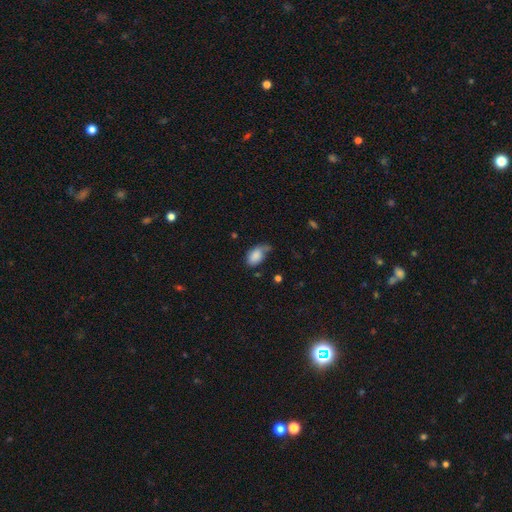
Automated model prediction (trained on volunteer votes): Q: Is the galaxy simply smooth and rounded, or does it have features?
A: smooth — 83%.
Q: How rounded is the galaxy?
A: in between — 90%.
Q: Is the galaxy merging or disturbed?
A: none — 43%.